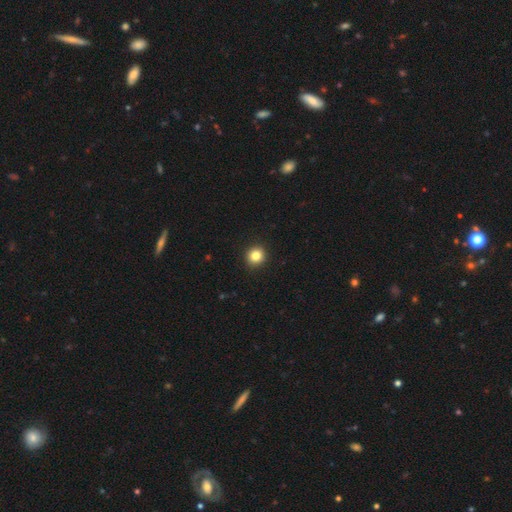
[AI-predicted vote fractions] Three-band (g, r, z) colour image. It shows a smooth galaxy with no disk features (84%) that is round (90%). Merging: none (93%).